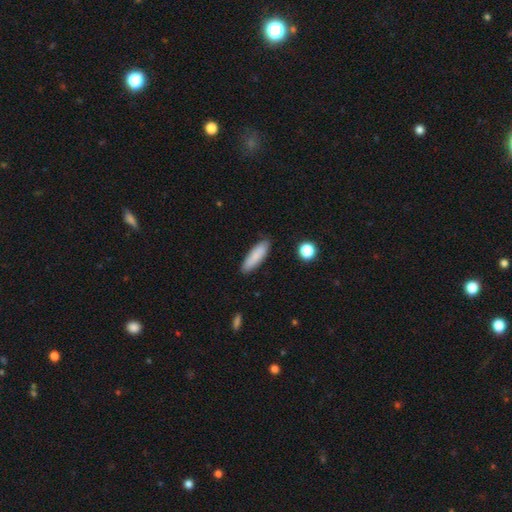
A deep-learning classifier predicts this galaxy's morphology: Smooth or featured? Predicted: smooth (p=0.84). How rounded? Predicted: cigar-shaped (p=0.59). Merging? Predicted: none (p=0.85).